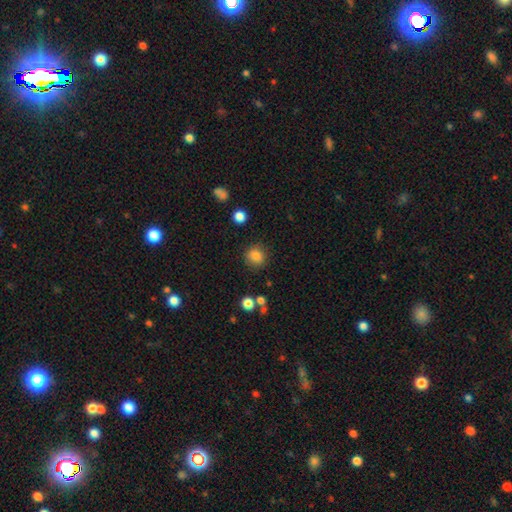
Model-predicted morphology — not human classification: Smooth or featured?
  - smooth: 84% *
  - star or artifact: 11%
  - featured or disk: 5%
How rounded?
  - round: 87% *
  - in between: 12%
  - cigar-shaped: 1%
Merging?
  - none: 85% *
  - minor disturbance: 9%
  - major disturbance: 3%
  - merger: 2%